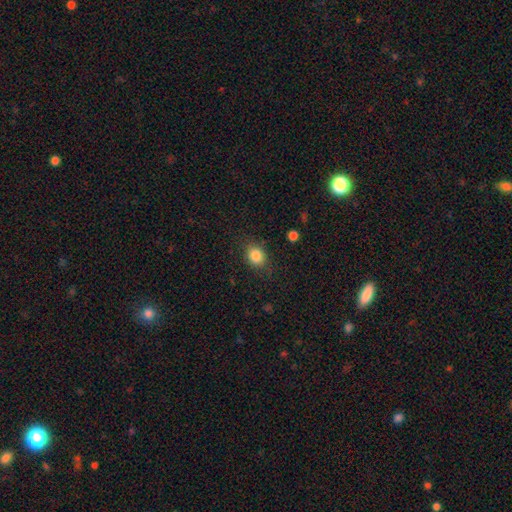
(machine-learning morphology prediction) A smooth galaxy with no disk features (84%) that is round (52%). Merging: none (82%).